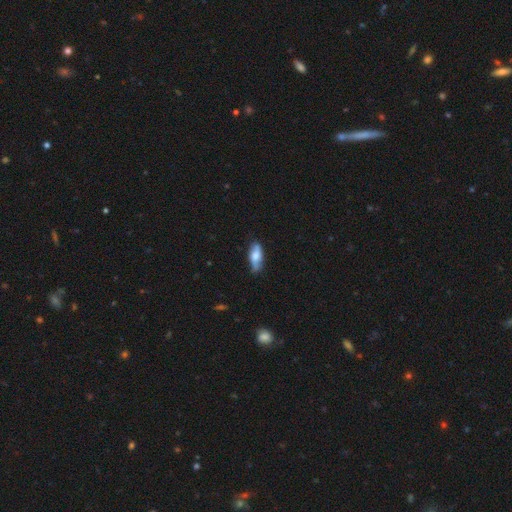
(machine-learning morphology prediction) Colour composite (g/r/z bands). It shows a smooth galaxy with no disk features (62%) that is in between round and cigar-shaped (74%). Merging: none (70%).